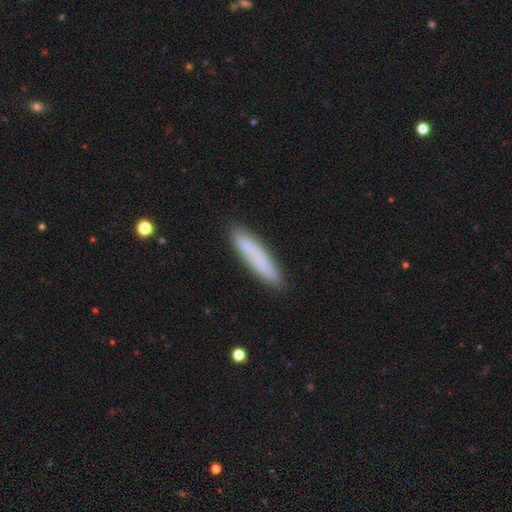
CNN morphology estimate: smooth_or_featured: smooth (p=0.77) [alt: featured or disk p=0.16]
how_rounded: cigar-shaped (p=0.86) [alt: in between p=0.12]
merging: none (p=0.87) [alt: minor disturbance p=0.10]